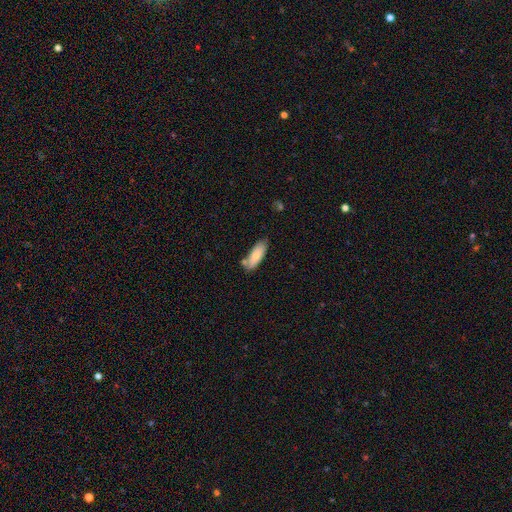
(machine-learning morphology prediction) This is likely a smooth galaxy (78%). How rounded: likely in between (69%). Merging: likely none (67%).